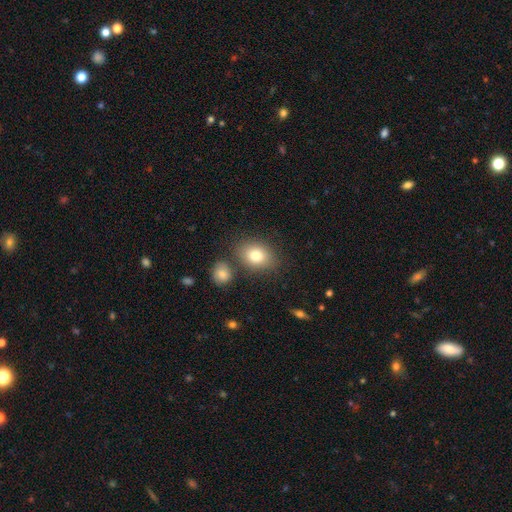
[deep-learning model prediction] The model was most divided on "how rounded": in between: 67%, round: 32%, cigar-shaped: 1%. More confident: smooth or featured — smooth (80%); merging — none (74%).